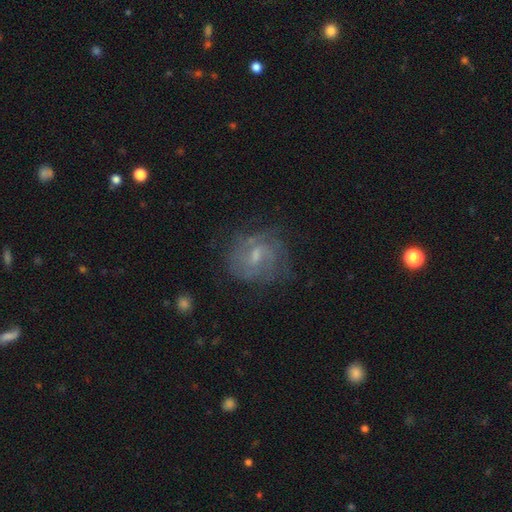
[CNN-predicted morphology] Smooth or featured? Predicted: featured or disk (p=0.69). Edge-on disk? Predicted: no (p=0.97). Bar? Predicted: weak (p=0.55). Spiral arms? Predicted: yes (p=0.83). Spiral winding? Predicted: tight (p=0.42). Spiral arm count? Predicted: can't tell (p=0.40). Bulge size? Predicted: small (p=0.46). Merging? Predicted: none (p=0.64).